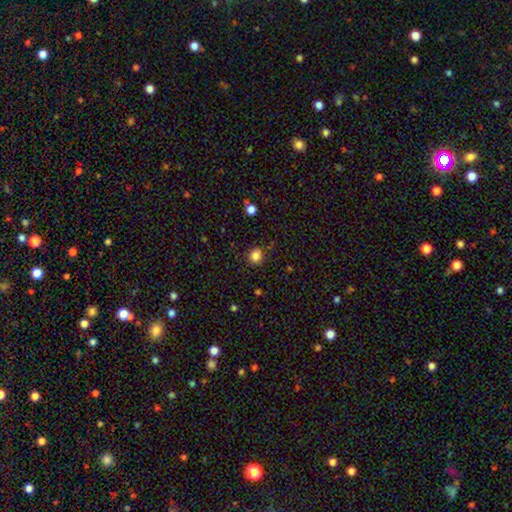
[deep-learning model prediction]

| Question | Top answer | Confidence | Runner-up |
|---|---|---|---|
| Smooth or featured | smooth | 85% | star or artifact (12%) |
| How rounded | round | 85% | in between (14%) |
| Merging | none | 86% | minor disturbance (9%) |